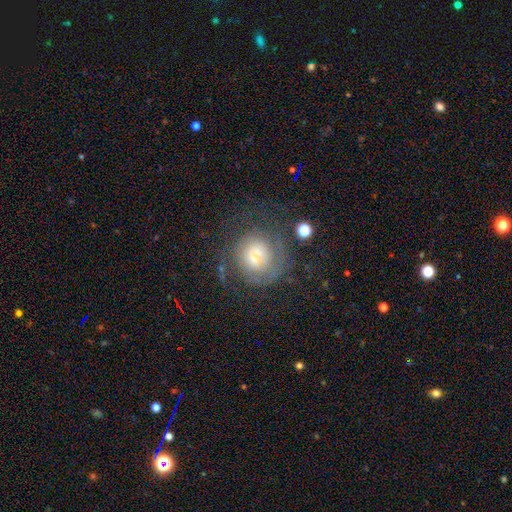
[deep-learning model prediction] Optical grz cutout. It shows a smooth galaxy with no disk features (45%). Merging: none (48%).